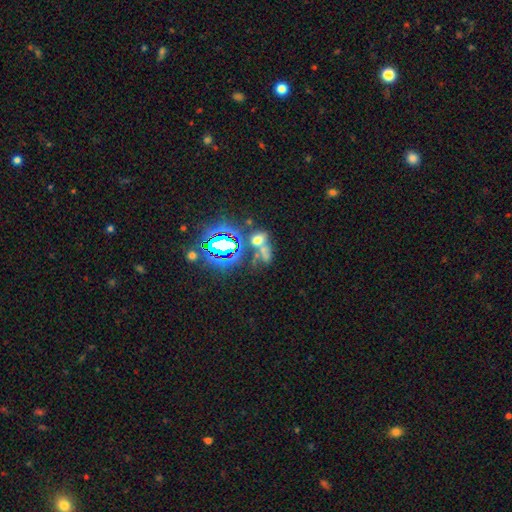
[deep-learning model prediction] Smooth or featured? star or artifact (60%)